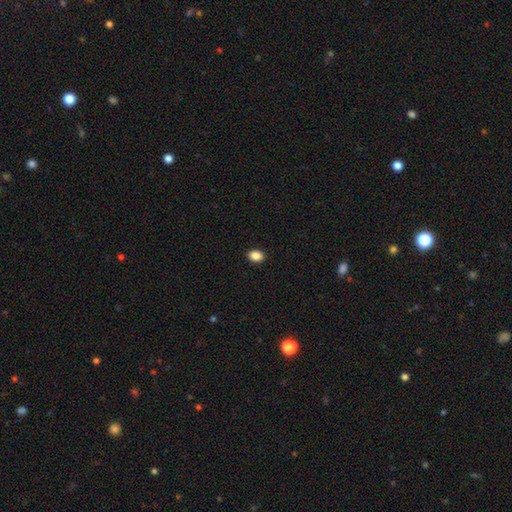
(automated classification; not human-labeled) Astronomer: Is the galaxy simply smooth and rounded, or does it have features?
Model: smooth — 88%.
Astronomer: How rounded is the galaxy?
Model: in between — 68%.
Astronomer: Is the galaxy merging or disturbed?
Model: none — 91%.